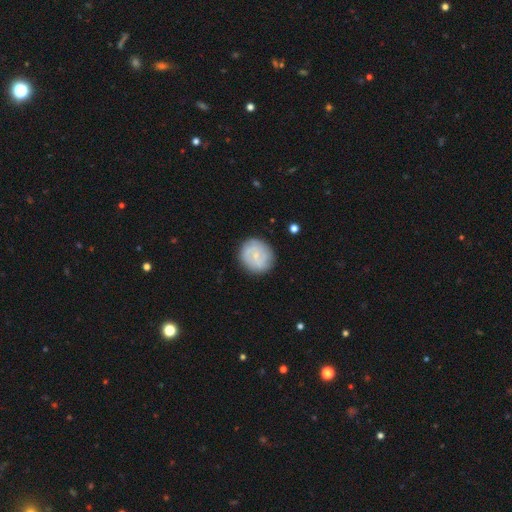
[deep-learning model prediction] Smooth or featured? featured or disk (55%)
Edge-on disk? no (98%)
Bar? no (57%)
Spiral arms? yes (79%)
Bulge size? small (71%)
Merging? none (83%)